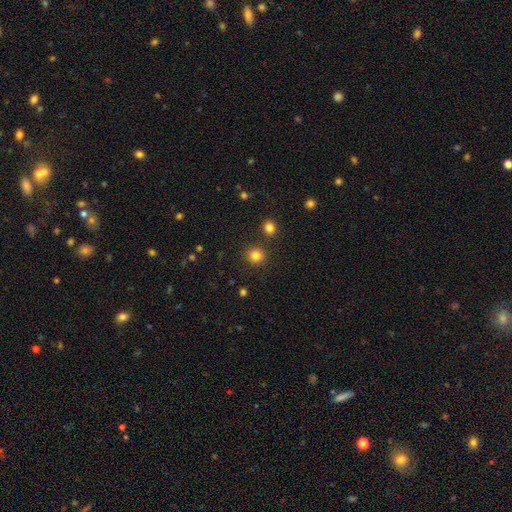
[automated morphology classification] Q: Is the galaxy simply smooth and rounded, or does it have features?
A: smooth — 83%.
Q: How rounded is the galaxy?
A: round — 91%.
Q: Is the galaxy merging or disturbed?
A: none — 87%.